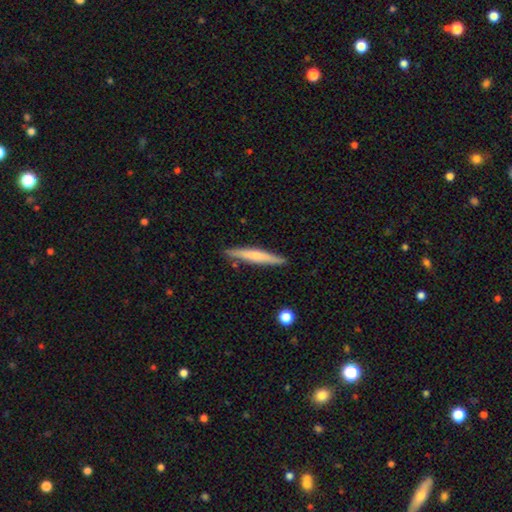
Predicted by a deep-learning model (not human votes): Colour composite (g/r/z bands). It shows a smooth galaxy with no disk features (54%) that is cigar-shaped (94%). Merging: none (88%).